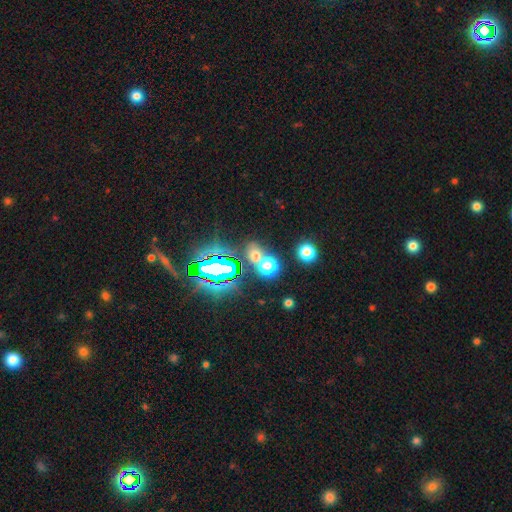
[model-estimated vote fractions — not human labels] smooth_or_featured: smooth (p=0.52) [alt: star or artifact p=0.38]
how_rounded: round (p=0.65) [alt: in between p=0.33]
merging: none (p=0.53) [alt: merger p=0.35]